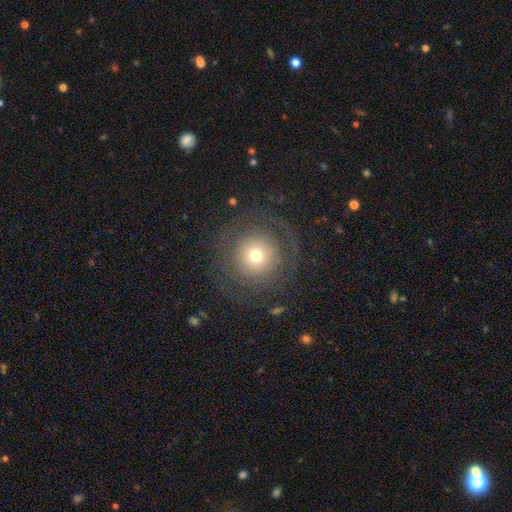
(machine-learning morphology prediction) Smooth or featured? smooth (49%)
Merging? none (75%)